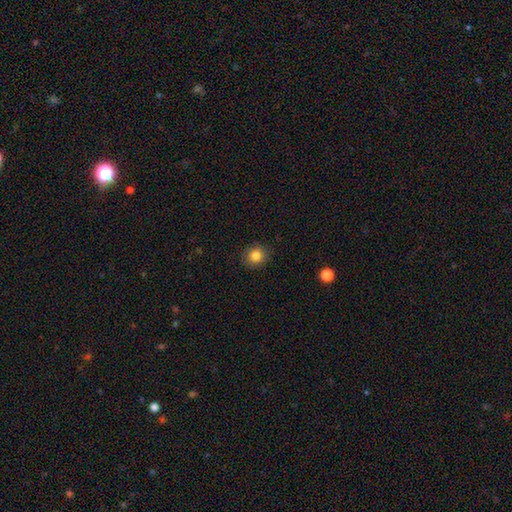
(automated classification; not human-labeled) Smooth or featured? smooth (83%)
How rounded? round (84%)
Merging? none (89%)